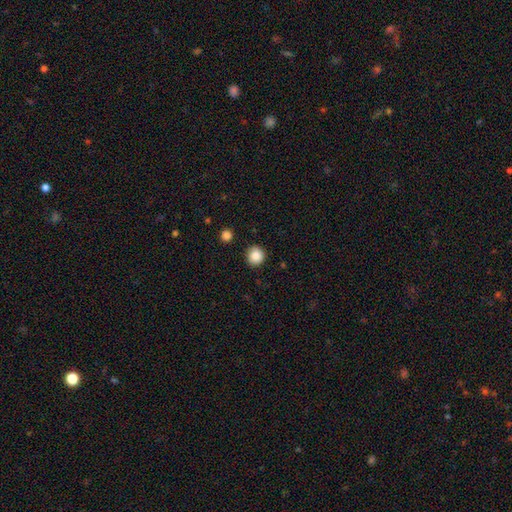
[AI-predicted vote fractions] Smooth or featured: smooth — 87% (star or artifact — 10%)
How rounded: round — 91% (in between — 8%)
Merging: none — 90% (minor disturbance — 7%)